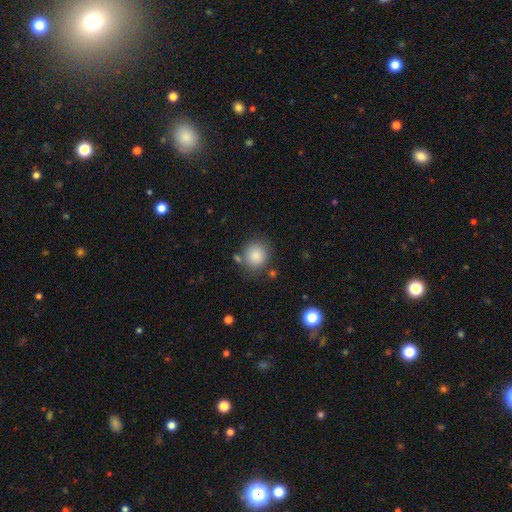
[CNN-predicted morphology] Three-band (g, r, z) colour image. It shows a smooth galaxy with no disk features (86%) that is round (83%). Merging: none (75%).